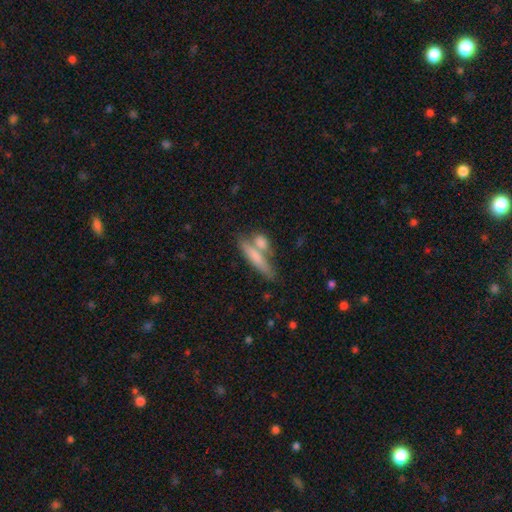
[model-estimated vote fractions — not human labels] Q: Smooth or featured?
A: smooth (68%); runner-up: featured or disk (25%)
Q: How rounded?
A: cigar-shaped (74%); runner-up: in between (21%)
Q: Merging?
A: none (51%); runner-up: merger (34%)